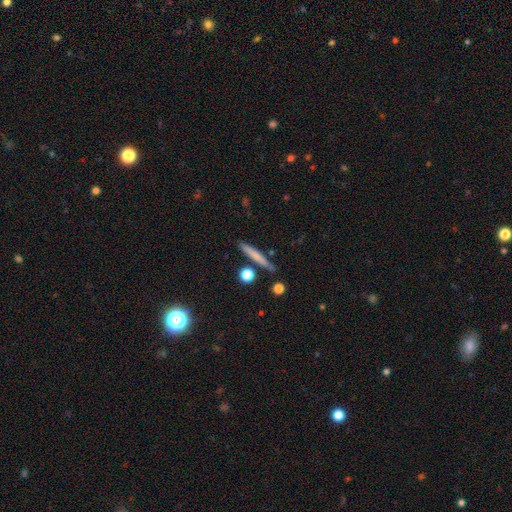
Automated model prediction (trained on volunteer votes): This appears to be a smooth galaxy with no disk features (64%) that is cigar-shaped (93%). Merging: none (84%).